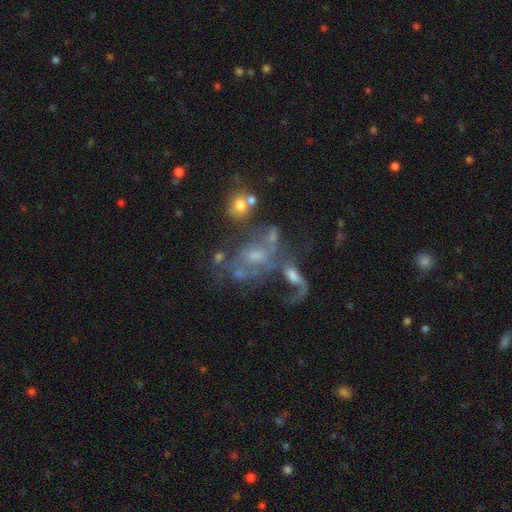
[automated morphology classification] Smooth or featured: featured or disk — 65% (smooth — 18%)
Edge-on disk: no — 96% (yes — 4%)
Bar: no — 65% (weak — 27%)
Spiral arms: yes — 53% (no — 47%)
Bulge size: small — 41% (moderate — 33%)
Merging: merger — 40% (none — 25%)